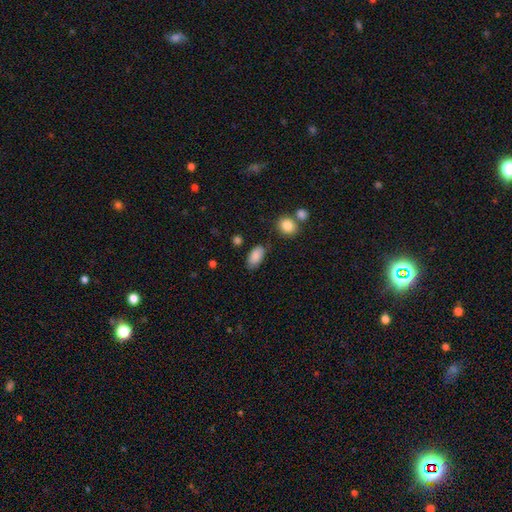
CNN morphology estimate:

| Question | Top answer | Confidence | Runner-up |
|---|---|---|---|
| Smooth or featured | smooth | 87% | star or artifact (7%) |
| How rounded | in between | 93% | round (4%) |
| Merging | none | 78% | minor disturbance (15%) |